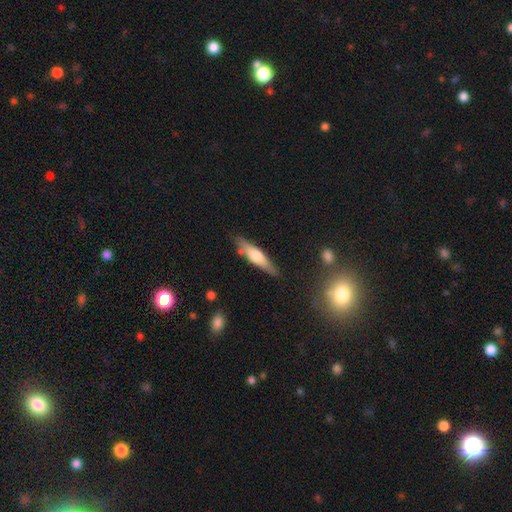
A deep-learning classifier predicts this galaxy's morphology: A smooth galaxy with no disk features (53%) that is cigar-shaped (76%). Merging: none (79%).